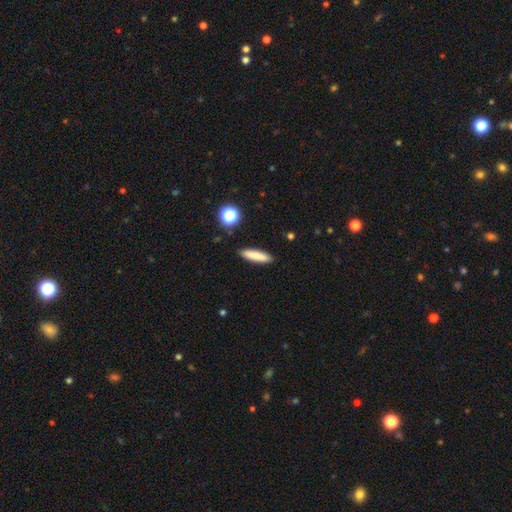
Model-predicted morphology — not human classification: A smooth galaxy with no disk features (82%) that is cigar-shaped (80%).

Vote fractions:
- Smooth or featured? smooth: 82% / featured or disk: 10% / star or artifact: 8%
- How rounded? cigar-shaped: 80% / in between: 18% / round: 2%
- Merging? none: 90% / minor disturbance: 7% / major disturbance: 2% / merger: 2%